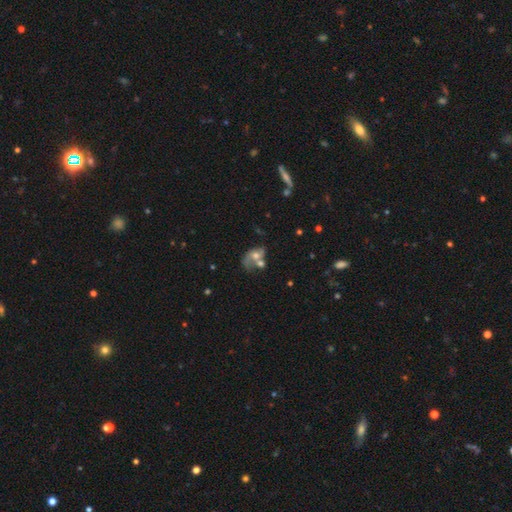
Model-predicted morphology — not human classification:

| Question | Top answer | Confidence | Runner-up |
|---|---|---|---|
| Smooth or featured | featured or disk | 54% | smooth (35%) |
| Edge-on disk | no | 96% | yes (4%) |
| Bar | no | 75% | weak (20%) |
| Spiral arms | yes | 63% | no (37%) |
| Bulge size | moderate | 59% | small (24%) |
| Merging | merger | 43% | none (22%) |